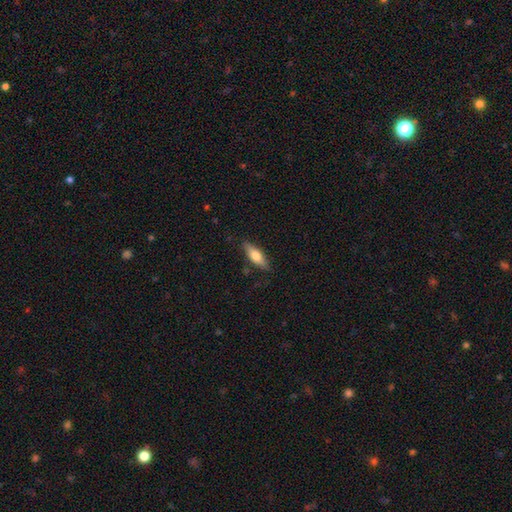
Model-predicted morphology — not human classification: A smooth galaxy with no disk features (65%) that is in between round and cigar-shaped (54%). Merging: none (83%).